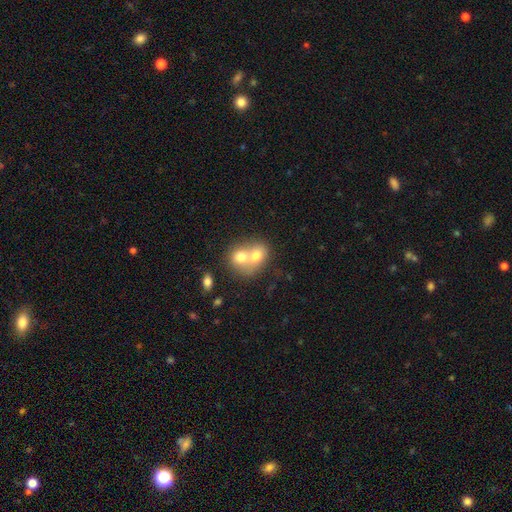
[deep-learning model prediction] Smooth or featured? Predicted: smooth (p=0.68). How rounded? Predicted: round (p=0.57). Merging? Predicted: merger (p=0.75).